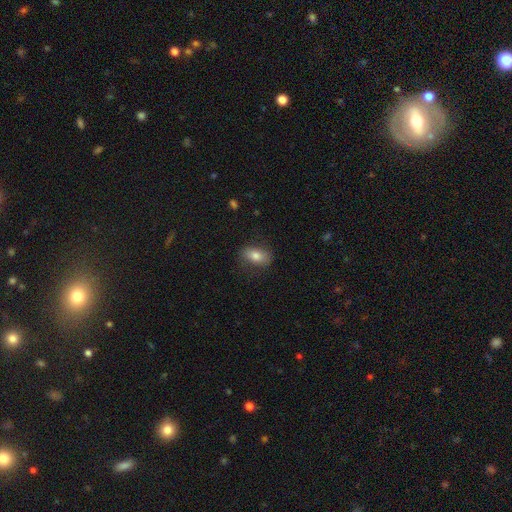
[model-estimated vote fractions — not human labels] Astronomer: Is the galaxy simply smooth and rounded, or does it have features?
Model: smooth — 76%.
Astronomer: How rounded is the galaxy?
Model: in between — 86%.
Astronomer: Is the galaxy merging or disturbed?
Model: none — 77%.